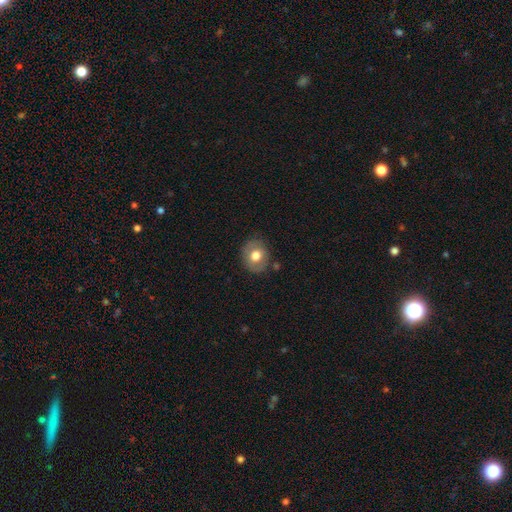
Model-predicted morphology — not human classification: This is likely a smooth galaxy (70%). How rounded: likely round (64%). Merging: clearly none (82%).